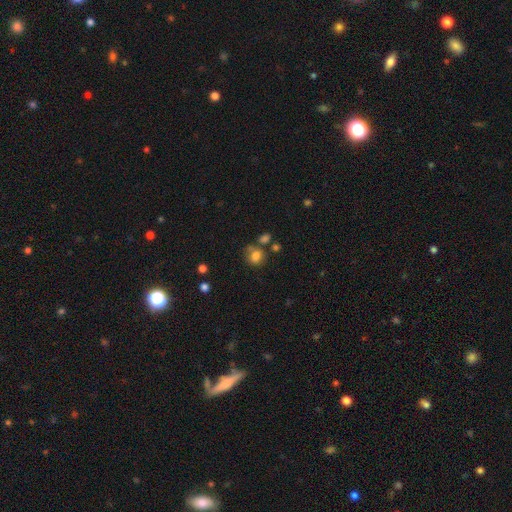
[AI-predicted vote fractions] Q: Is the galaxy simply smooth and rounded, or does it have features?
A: smooth — 79%.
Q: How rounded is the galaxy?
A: round — 68%.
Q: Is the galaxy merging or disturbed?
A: none — 58%.